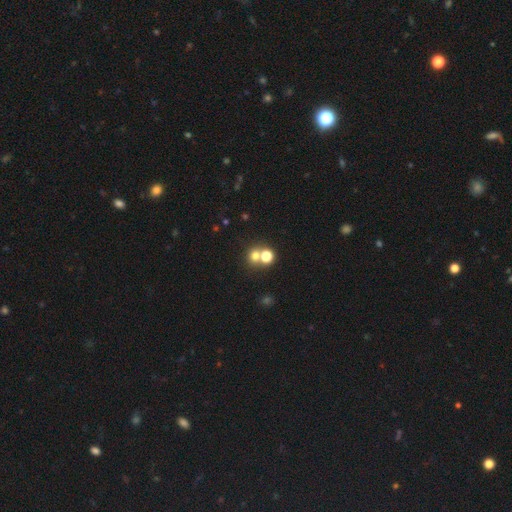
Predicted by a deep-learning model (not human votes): smooth_or_featured: smooth (p=0.68) [alt: star or artifact p=0.20]
how_rounded: round (p=0.81) [alt: in between p=0.18]
merging: none (p=0.50) [alt: merger p=0.40]